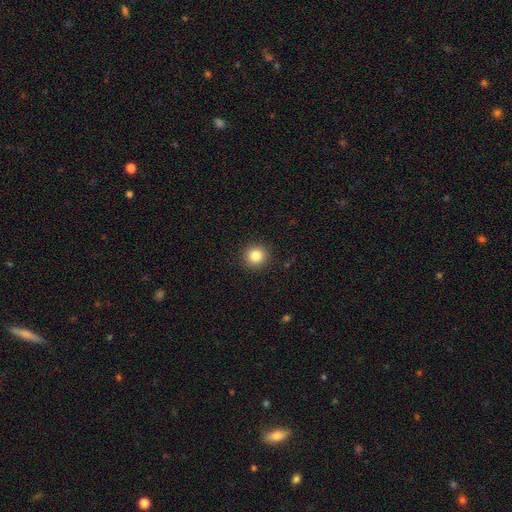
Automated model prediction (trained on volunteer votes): Smooth or featured? smooth (85%)
How rounded? round (94%)
Merging? none (92%)